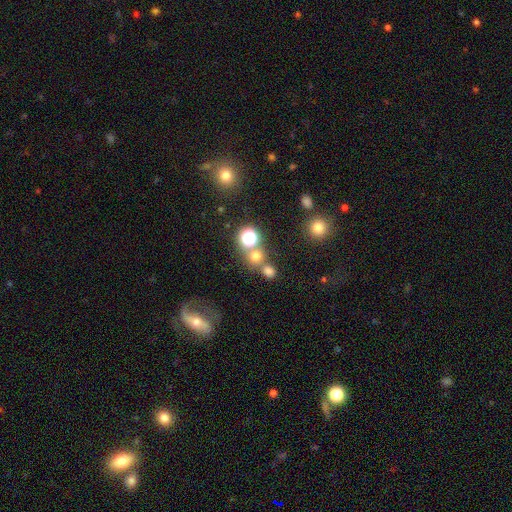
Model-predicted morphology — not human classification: Smooth or featured? Predicted: smooth (p=0.64). How rounded? Predicted: round (p=0.85). Merging? Predicted: none (p=0.63).